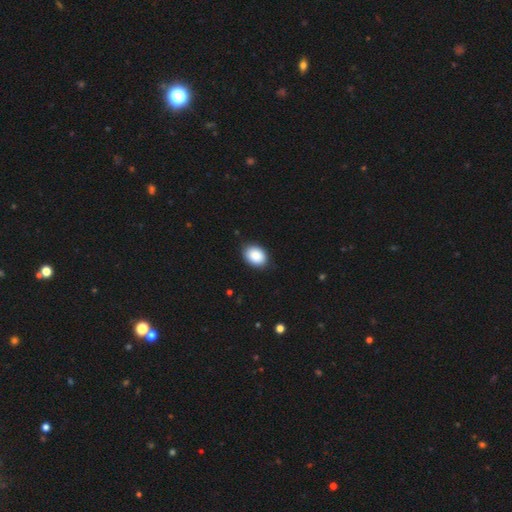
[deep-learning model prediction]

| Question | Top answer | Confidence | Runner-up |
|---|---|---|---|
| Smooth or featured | smooth | 90% | star or artifact (6%) |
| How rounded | in between | 76% | round (23%) |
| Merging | none | 86% | minor disturbance (11%) |